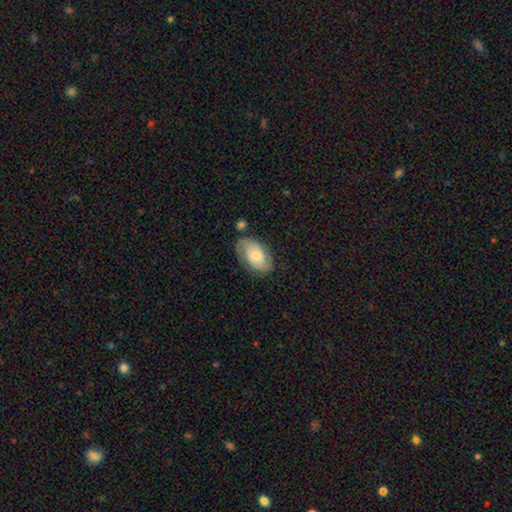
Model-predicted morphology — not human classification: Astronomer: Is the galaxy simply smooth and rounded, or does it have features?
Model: featured or disk — 53% (runner-up: smooth, 40%).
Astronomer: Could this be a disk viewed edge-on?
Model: no — 95%.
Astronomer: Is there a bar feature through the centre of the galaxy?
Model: no — 63%.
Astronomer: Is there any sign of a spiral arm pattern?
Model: yes — 81%.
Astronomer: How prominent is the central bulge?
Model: moderate — 49% (runner-up: small, 40%).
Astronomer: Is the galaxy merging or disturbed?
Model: none — 66%.